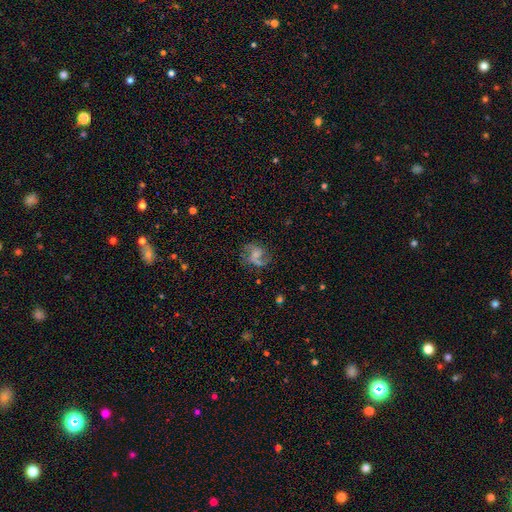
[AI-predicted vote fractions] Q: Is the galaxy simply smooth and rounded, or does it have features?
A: featured or disk — 72%.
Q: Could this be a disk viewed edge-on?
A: no — 98%.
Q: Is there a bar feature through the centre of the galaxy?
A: no — 52%.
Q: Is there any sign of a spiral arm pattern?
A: yes — 92%.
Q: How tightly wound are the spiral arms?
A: loose — 51%.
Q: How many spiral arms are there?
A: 2 — 79%.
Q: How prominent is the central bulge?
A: small — 37%.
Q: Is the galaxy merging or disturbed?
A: none — 63%.